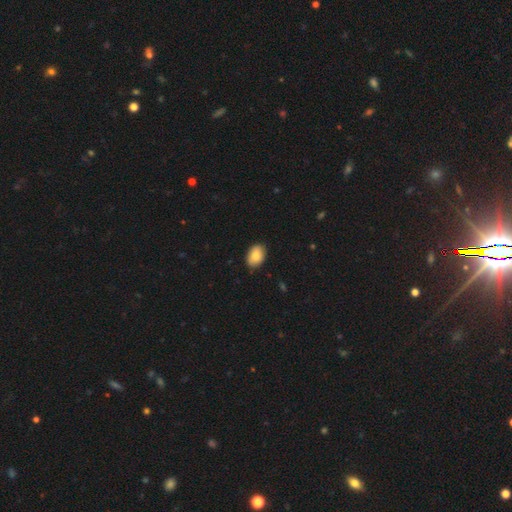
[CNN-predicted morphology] The model was most divided on "how rounded": in between: 85%, round: 14%, cigar-shaped: 1%. More confident: merging — none (87%); smooth or featured — smooth (86%).